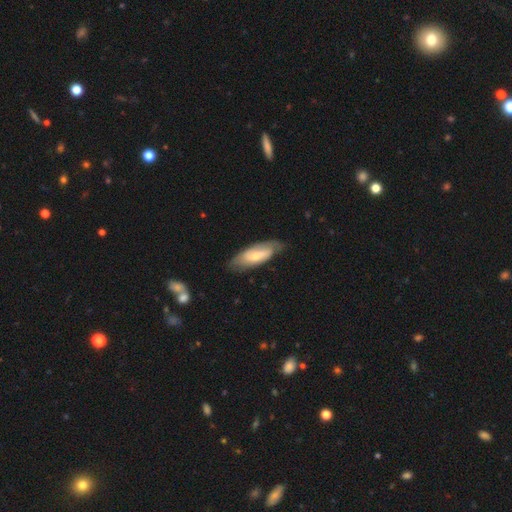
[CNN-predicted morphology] Smooth or featured? Predicted: featured or disk (p=0.48). Merging? Predicted: none (p=0.68).